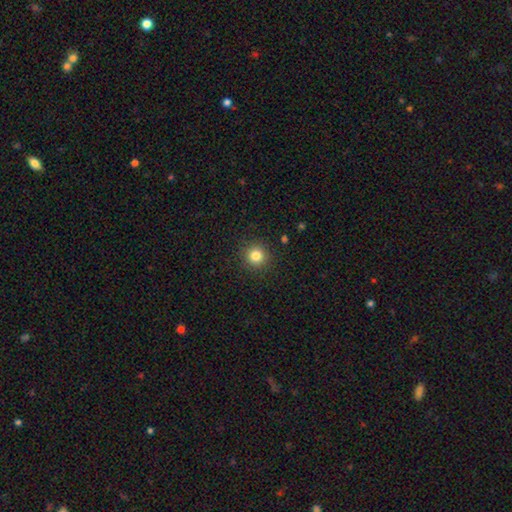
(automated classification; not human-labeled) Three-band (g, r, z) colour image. It shows a smooth galaxy with no disk features (82%) that is round (94%). Merging: none (91%).